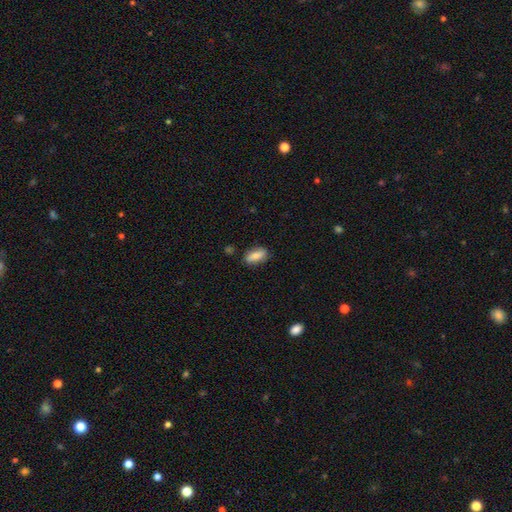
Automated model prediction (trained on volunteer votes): The model was most divided on "smooth or featured": smooth: 78%, featured or disk: 15%, star or artifact: 7%. More confident: merging — none (82%); how rounded — in between (81%).